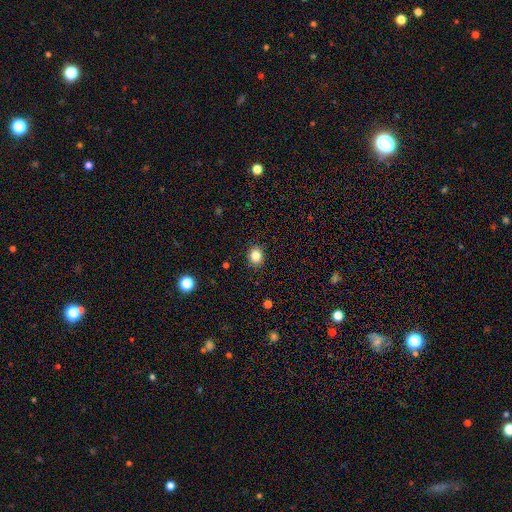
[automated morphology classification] Overall: smooth (84%). How rounded: round (72%). Merging: none (90%).